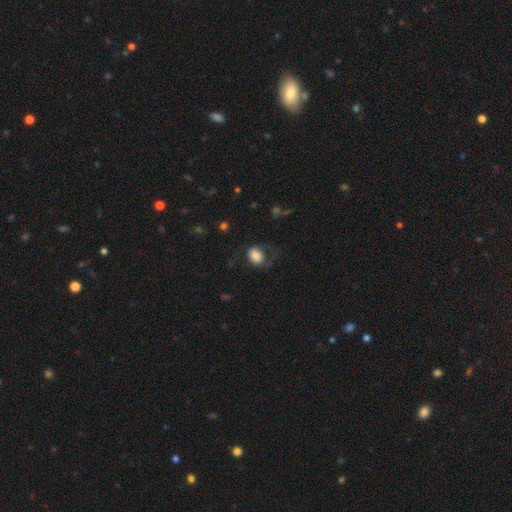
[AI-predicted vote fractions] smooth 77%, featured or disk 15%, star or artifact 9%. Down the decision tree: how rounded — in between (59%); merging — none (42%).